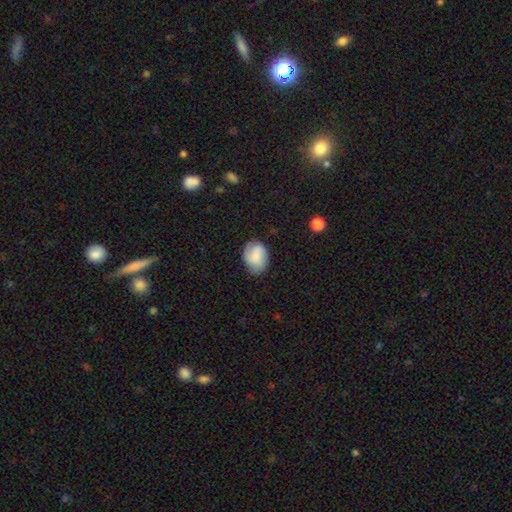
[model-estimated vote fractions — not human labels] The model was most divided on "how rounded": in between: 62%, round: 37%, cigar-shaped: 1%. More confident: smooth or featured — smooth (78%); merging — none (70%).